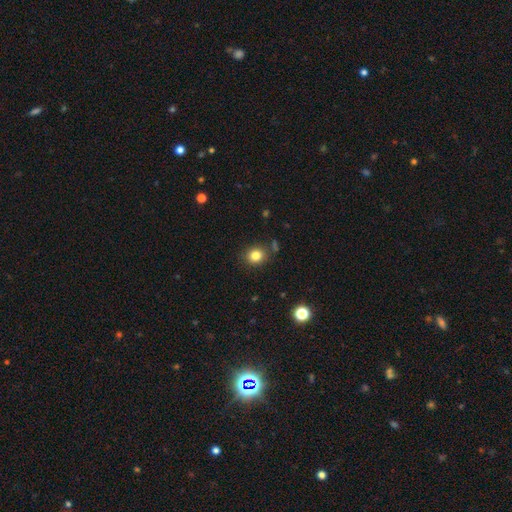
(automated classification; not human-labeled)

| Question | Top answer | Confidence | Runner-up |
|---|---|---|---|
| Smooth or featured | smooth | 82% | star or artifact (12%) |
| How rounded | round | 74% | in between (25%) |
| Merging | none | 84% | minor disturbance (10%) |